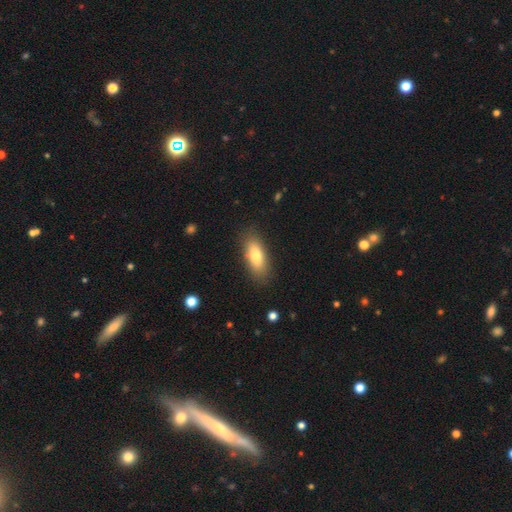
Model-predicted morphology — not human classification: This appears to be a smooth galaxy with no disk features (77%) that is in between round and cigar-shaped (75%). Merging: none (85%).